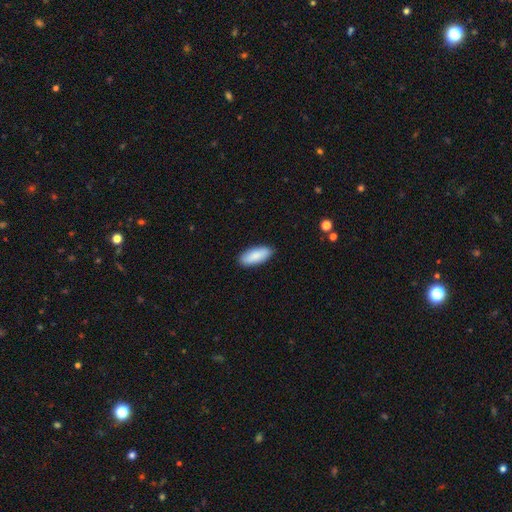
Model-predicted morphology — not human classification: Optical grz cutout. It shows a smooth galaxy with no disk features (86%) that is in between round and cigar-shaped (80%). Merging: none (88%).